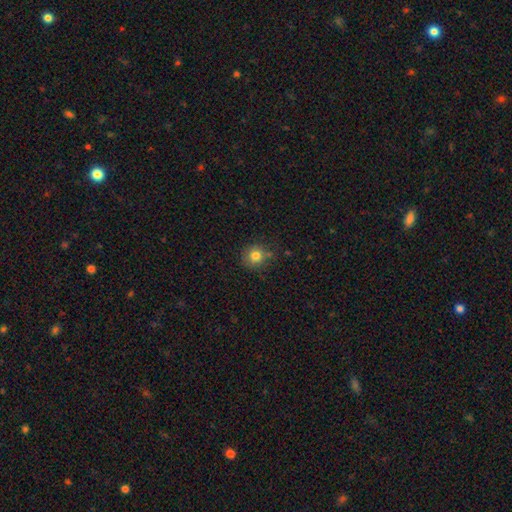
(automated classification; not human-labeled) Overall: smooth (80%). How rounded: round (89%). Merging: none (79%).